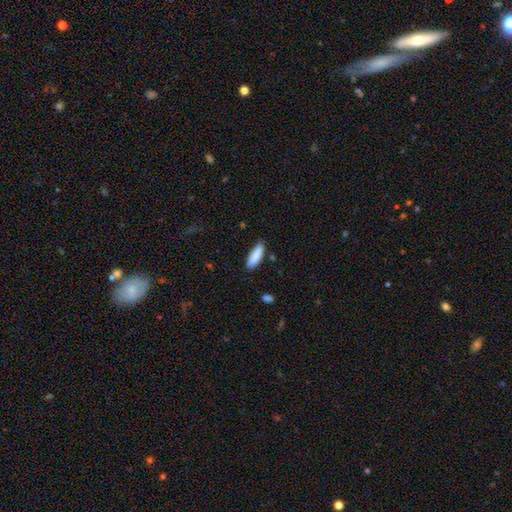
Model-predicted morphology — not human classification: Smooth or featured?
  - smooth: 88% *
  - star or artifact: 6%
  - featured or disk: 6%
How rounded?
  - cigar-shaped: 50% *
  - in between: 49%
  - round: 1%
Merging?
  - none: 85% *
  - minor disturbance: 11%
  - major disturbance: 2%
  - merger: 2%